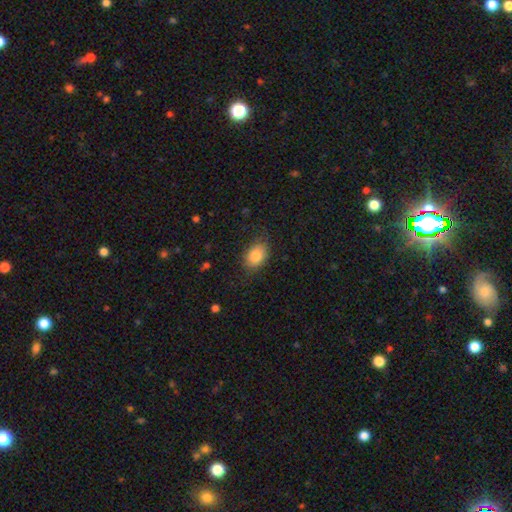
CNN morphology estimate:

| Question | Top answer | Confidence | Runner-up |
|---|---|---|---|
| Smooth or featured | smooth | 83% | featured or disk (9%) |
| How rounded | in between | 77% | round (21%) |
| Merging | none | 76% | minor disturbance (18%) |